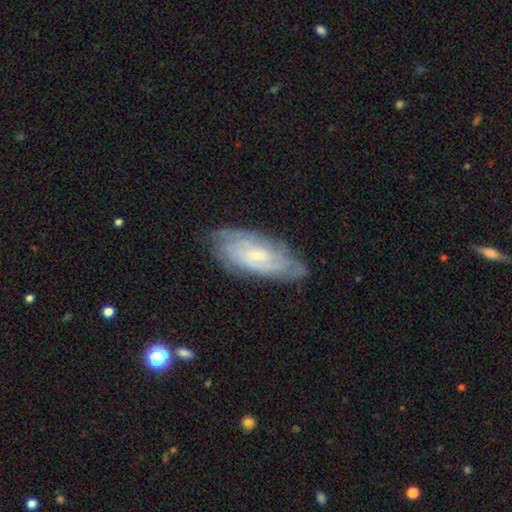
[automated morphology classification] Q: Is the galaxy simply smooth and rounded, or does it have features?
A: featured or disk — 76%.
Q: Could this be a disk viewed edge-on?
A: no — 91%.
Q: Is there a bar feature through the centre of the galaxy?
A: no — 61%.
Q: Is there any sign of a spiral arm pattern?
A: yes — 92%.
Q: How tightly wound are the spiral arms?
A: tight — 68%.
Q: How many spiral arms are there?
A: can't tell — 50%.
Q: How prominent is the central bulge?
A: small — 74%.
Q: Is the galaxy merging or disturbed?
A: none — 75%.